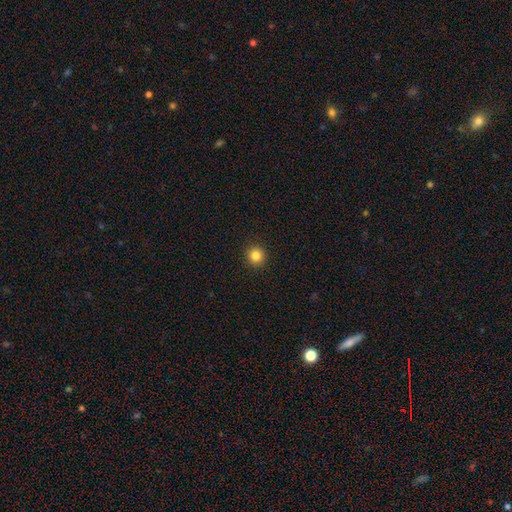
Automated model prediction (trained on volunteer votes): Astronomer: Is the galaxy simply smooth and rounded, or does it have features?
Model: smooth — 84%.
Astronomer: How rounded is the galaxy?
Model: round — 95%.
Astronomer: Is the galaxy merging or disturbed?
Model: none — 93%.